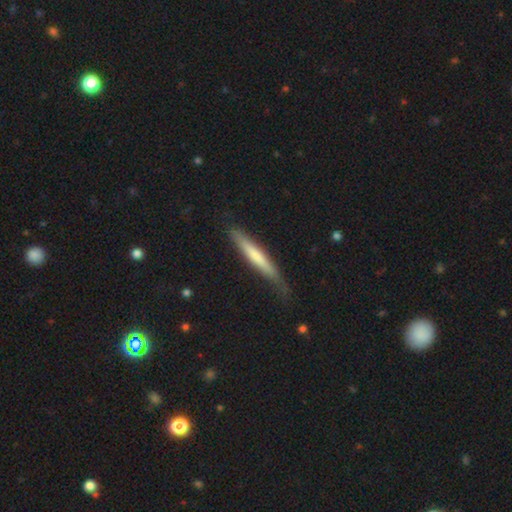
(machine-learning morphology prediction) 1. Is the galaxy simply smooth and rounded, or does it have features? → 53% featured or disk, 39% smooth, 7% star or artifact.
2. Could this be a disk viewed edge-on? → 93% yes, 7% no.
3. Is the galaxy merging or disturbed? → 76% none, 19% minor disturbance, 3% major disturbance, 2% merger.